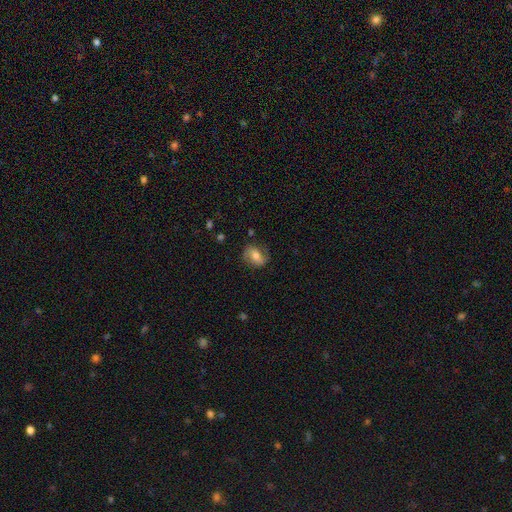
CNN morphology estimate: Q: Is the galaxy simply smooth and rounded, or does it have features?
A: smooth — 51%.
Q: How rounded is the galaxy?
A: in between — 59%.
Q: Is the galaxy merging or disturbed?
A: none — 76%.